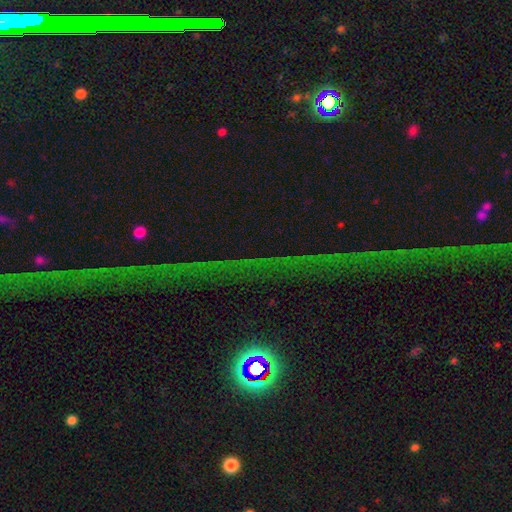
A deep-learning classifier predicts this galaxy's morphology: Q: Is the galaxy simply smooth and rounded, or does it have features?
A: star or artifact — 76%.